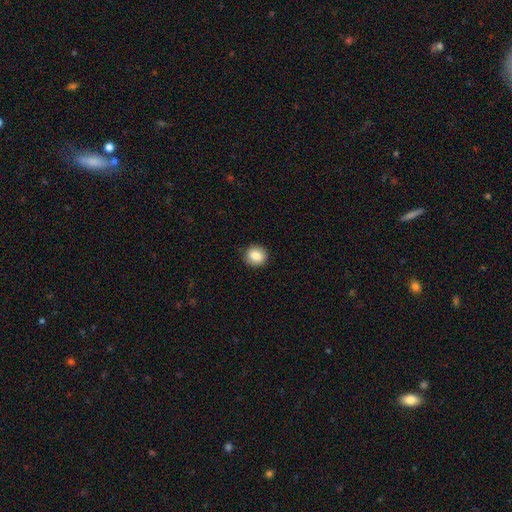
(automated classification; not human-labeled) Smooth or featured? Predicted: smooth (p=0.85). How rounded? Predicted: round (p=0.78). Merging? Predicted: none (p=0.89).